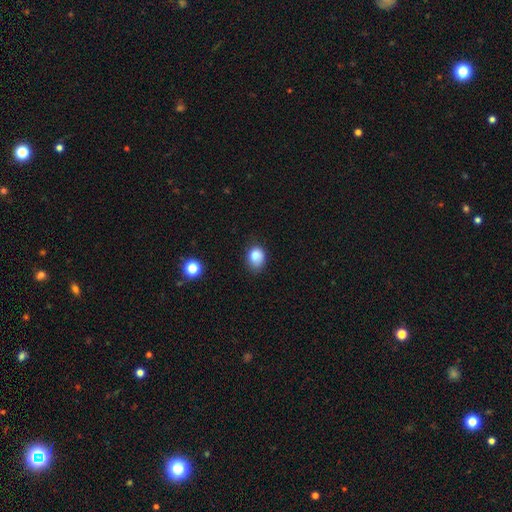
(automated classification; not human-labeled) The model was most divided on "how rounded": in between: 52%, round: 47%, cigar-shaped: 1%. More confident: smooth or featured — smooth (81%); merging — none (57%).